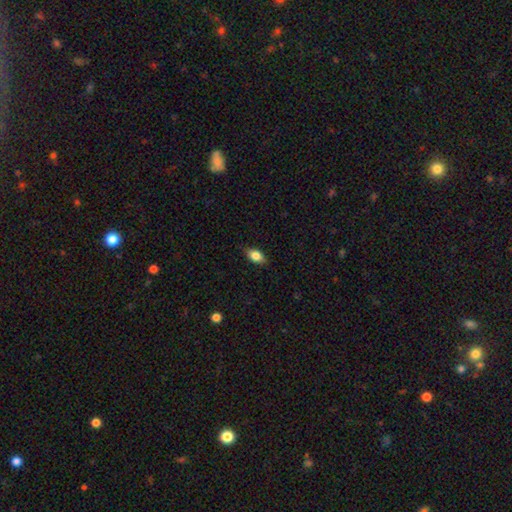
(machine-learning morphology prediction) smooth-or-featured: smooth: 81% | featured or disk: 11% | star or artifact: 8%
  how-rounded: in between: 86% | round: 9% | cigar-shaped: 5%
  merging: none: 84% | minor disturbance: 12% | major disturbance: 2% | merger: 1%